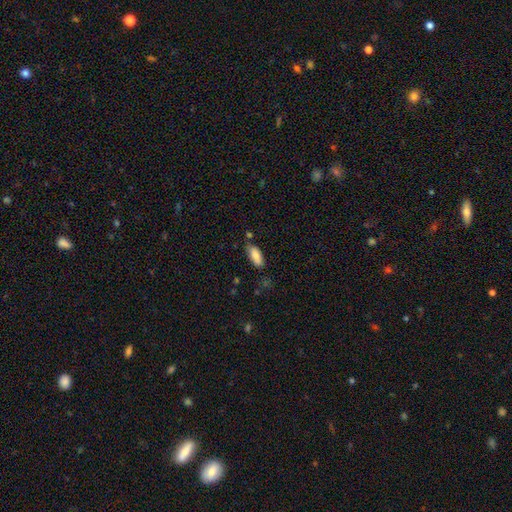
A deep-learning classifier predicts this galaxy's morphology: This appears to be a smooth galaxy with no disk features (84%) that is in between round and cigar-shaped (81%). Merging: none (72%).